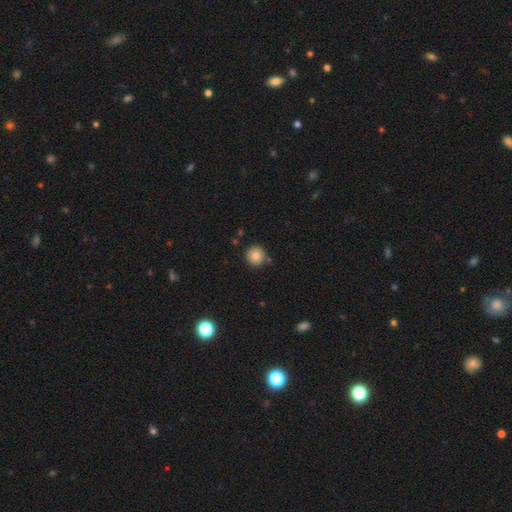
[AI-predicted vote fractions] A smooth galaxy with no disk features (83%) that is round (94%).

Vote fractions:
- Smooth or featured? smooth: 83% / star or artifact: 10% / featured or disk: 7%
- How rounded? round: 94% / in between: 5% / cigar-shaped: 1%
- Merging? none: 83% / minor disturbance: 9% / merger: 6% / major disturbance: 2%